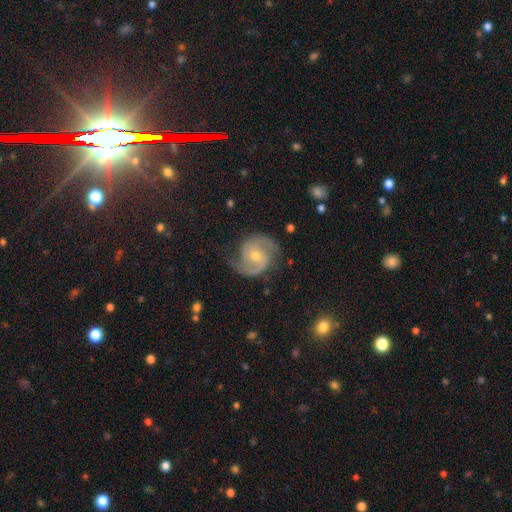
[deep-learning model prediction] This is clearly a featured or disk galaxy (89%). It is clearly not viewed edge-on (98%). Bar: possibly no (56%). Spiral arm pattern: clearly yes (98%). Spiral arm count: clearly 2 (92%). Spiral winding: possibly medium (56%). Central bulge: possibly small (51%). Merging: likely none (79%).